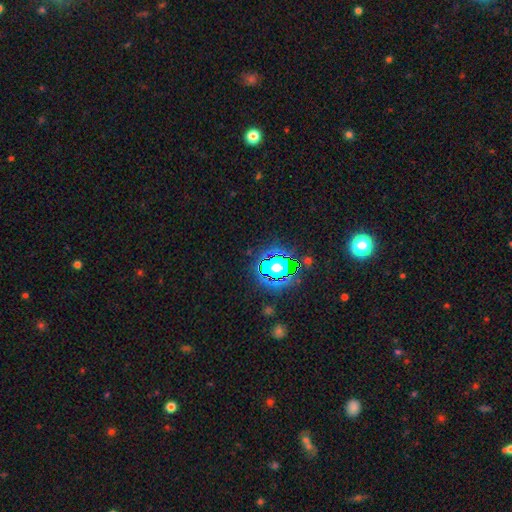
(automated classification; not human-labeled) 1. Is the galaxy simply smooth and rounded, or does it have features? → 79% star or artifact, 13% smooth, 8% featured or disk.